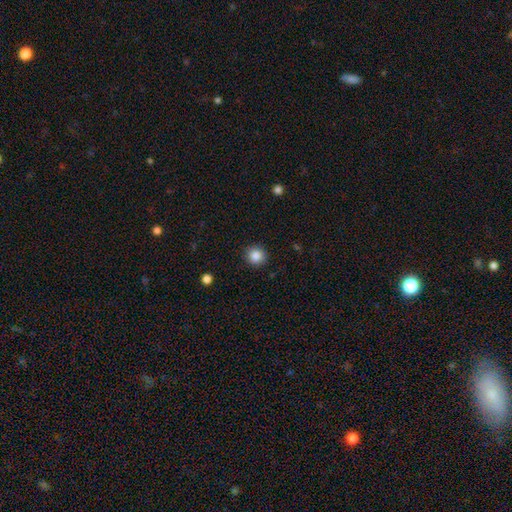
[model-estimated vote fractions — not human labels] smooth_or_featured: smooth (p=0.86) [alt: star or artifact p=0.10]
how_rounded: round (p=0.93) [alt: in between p=0.06]
merging: none (p=0.91) [alt: minor disturbance p=0.06]